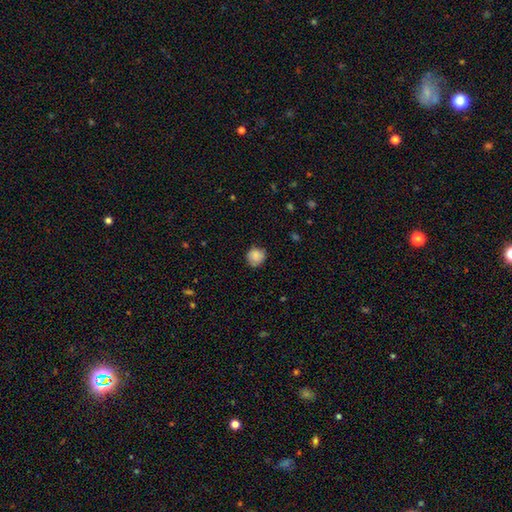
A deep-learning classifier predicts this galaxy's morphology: The model was most divided on "merging": none: 75%, minor disturbance: 19%, major disturbance: 4%, merger: 1%. More confident: how rounded — round (84%); smooth or featured — smooth (82%).